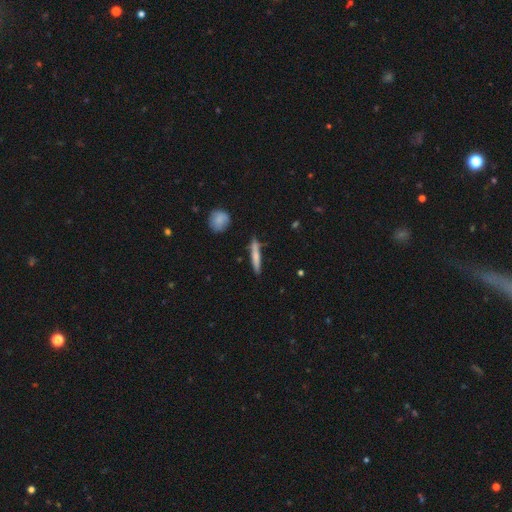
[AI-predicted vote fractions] The model was most divided on "smooth or featured": smooth: 68%, featured or disk: 26%, star or artifact: 6%. More confident: how rounded — cigar-shaped (93%); merging — none (82%).